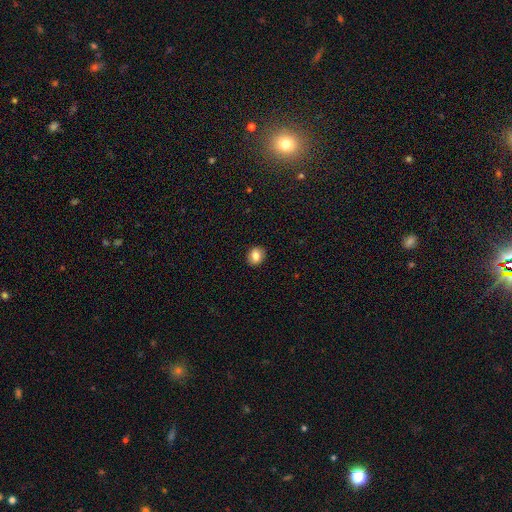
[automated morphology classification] Smooth or featured?
  - smooth: 81% *
  - featured or disk: 10%
  - star or artifact: 9%
How rounded?
  - round: 60% *
  - in between: 39%
  - cigar-shaped: 1%
Merging?
  - none: 90% *
  - minor disturbance: 7%
  - major disturbance: 2%
  - merger: 1%